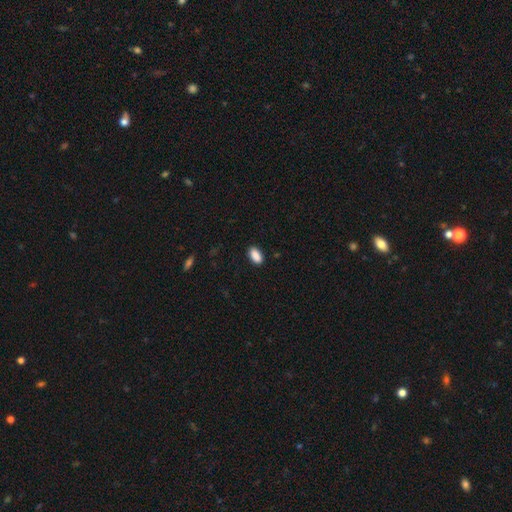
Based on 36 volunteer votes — smooth-or-featured: smooth: 97% | star or artifact: 3% | featured or disk: 0%
  how-rounded: in between: 89% | cigar-shaped: 9% | round: 3%
  merging: none: 91% | minor disturbance: 9% | major disturbance: 0% | merger: 0%